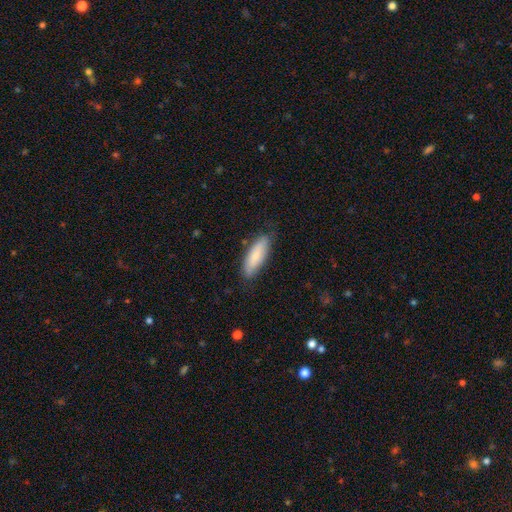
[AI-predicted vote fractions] Q: Smooth or featured?
A: smooth (76%); runner-up: featured or disk (18%)
Q: How rounded?
A: in between (57%); runner-up: cigar-shaped (41%)
Q: Merging?
A: none (78%); runner-up: minor disturbance (18%)